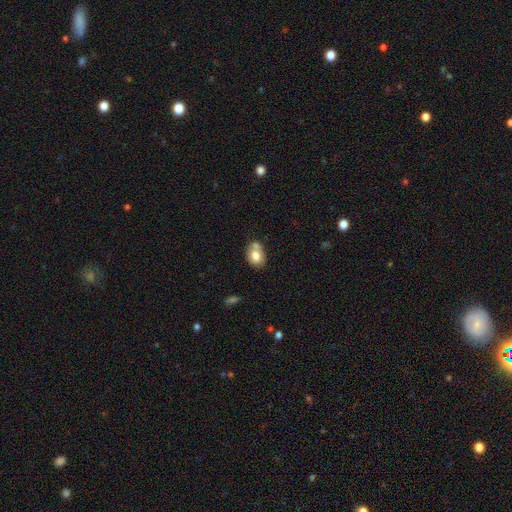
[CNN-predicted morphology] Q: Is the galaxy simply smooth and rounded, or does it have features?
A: smooth — 74%.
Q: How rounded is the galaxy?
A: in between — 62%.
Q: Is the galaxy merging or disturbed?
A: none — 47%.